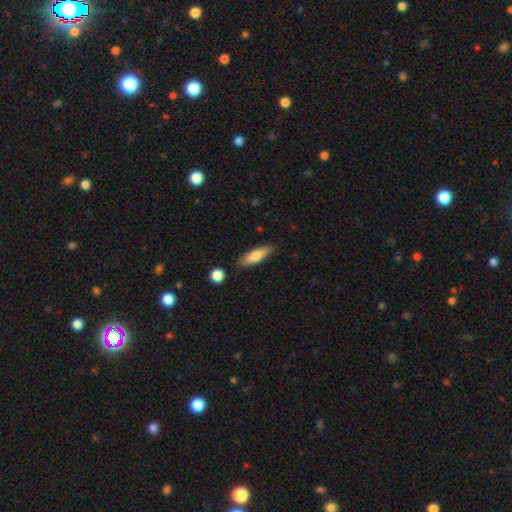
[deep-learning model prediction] Morphology: type=smooth (75%); roundness=cigar-shaped (51%); merging=none (85%).